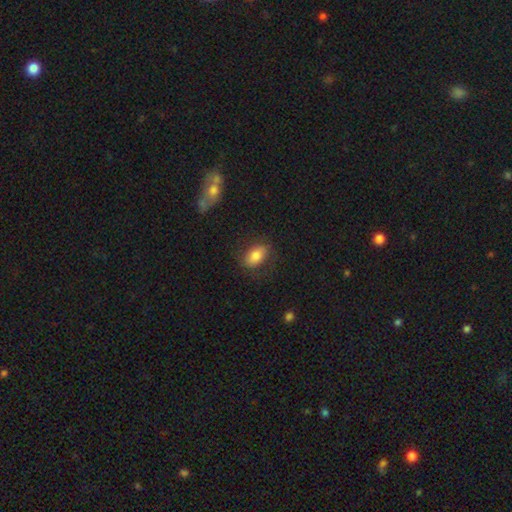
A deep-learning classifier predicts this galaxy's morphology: smooth-or-featured: smooth: 78% | featured or disk: 15% | star or artifact: 8%
  how-rounded: in between: 84% | round: 14% | cigar-shaped: 2%
  merging: none: 74% | minor disturbance: 17% | major disturbance: 7% | merger: 2%